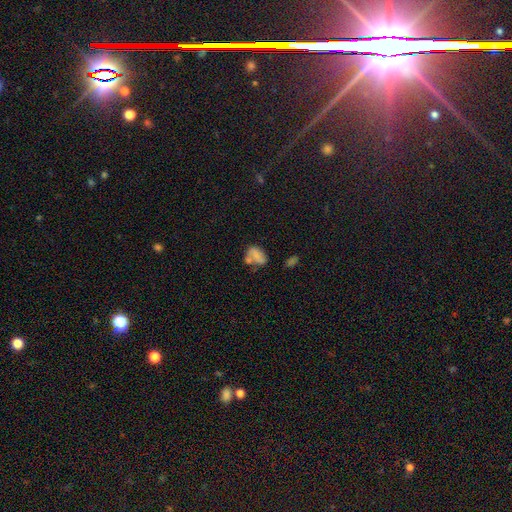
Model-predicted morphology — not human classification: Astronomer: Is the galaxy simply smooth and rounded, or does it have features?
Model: smooth — 67%.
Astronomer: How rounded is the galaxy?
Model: in between — 83%.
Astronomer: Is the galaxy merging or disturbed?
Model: none — 36% (runner-up: merger, 32%).